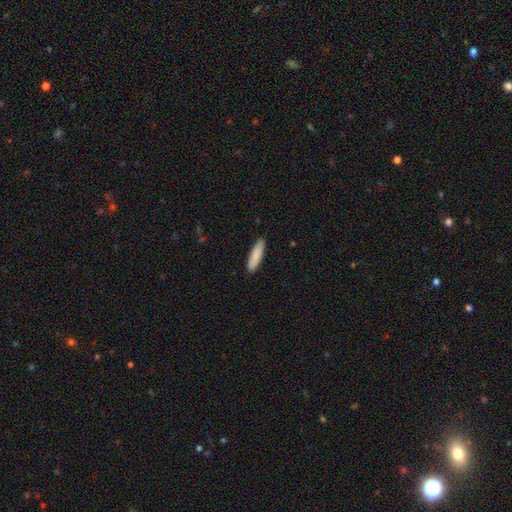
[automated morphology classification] This is clearly a smooth galaxy (86%). How rounded: likely cigar-shaped (71%). Merging: clearly none (89%).